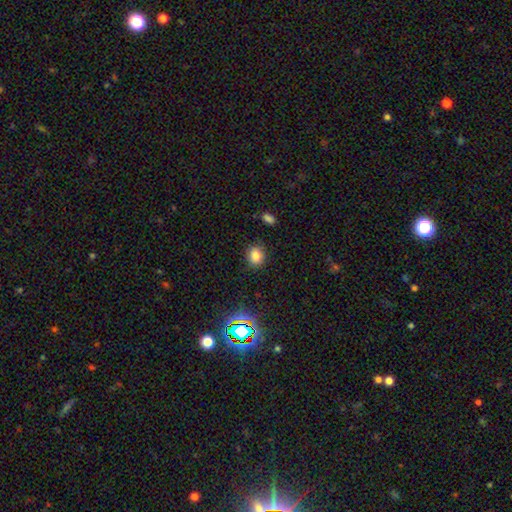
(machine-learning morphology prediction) smooth 78%, star or artifact 16%, featured or disk 6%. Down the decision tree: how rounded — round (65%); merging — none (85%).